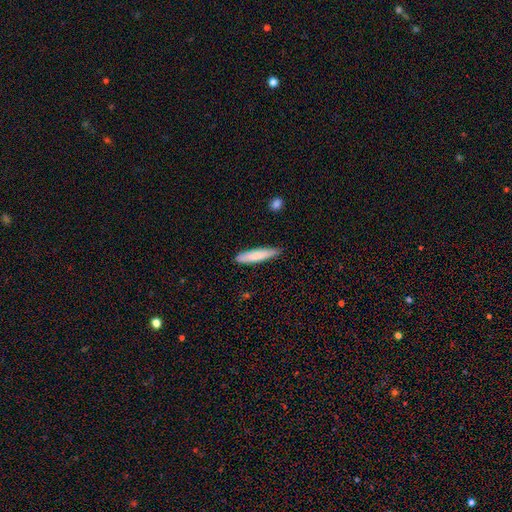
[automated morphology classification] smooth_or_featured: smooth (p=0.78) [alt: featured or disk p=0.17]
how_rounded: cigar-shaped (p=0.83) [alt: in between p=0.15]
merging: none (p=0.85) [alt: minor disturbance p=0.12]